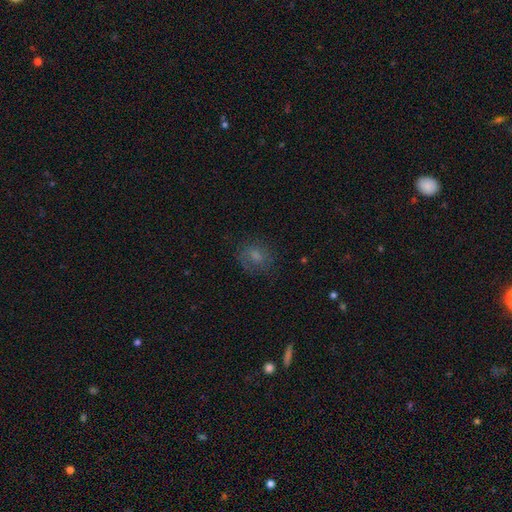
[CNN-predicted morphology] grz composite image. It shows a smooth galaxy with no disk features (52%) that is round (61%). Merging: none (68%).